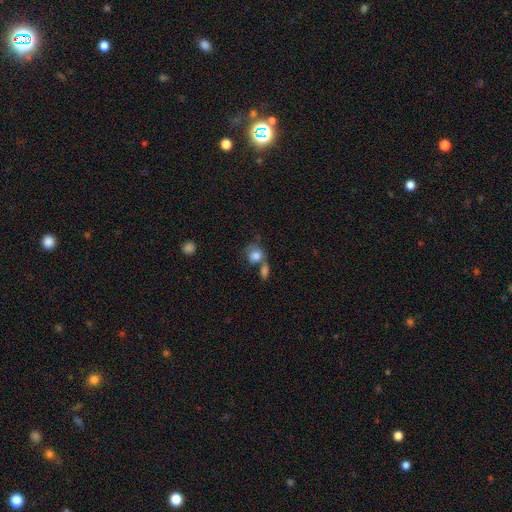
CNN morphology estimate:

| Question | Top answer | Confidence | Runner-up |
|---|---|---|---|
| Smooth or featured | smooth | 78% | featured or disk (14%) |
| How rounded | round | 64% | in between (35%) |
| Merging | merger | 42% | none (33%) |